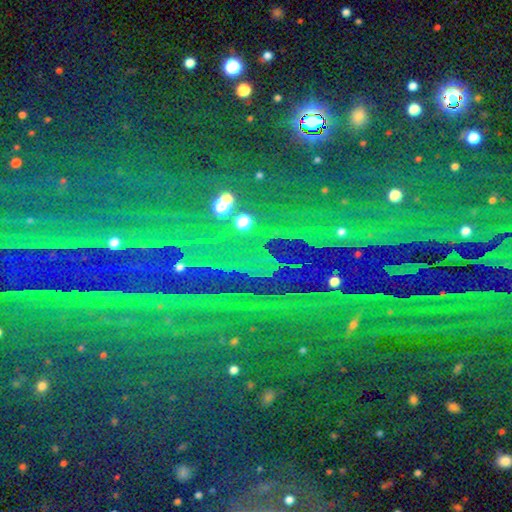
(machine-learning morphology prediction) smooth_or_featured: star or artifact (p=0.86) [alt: smooth p=0.08]